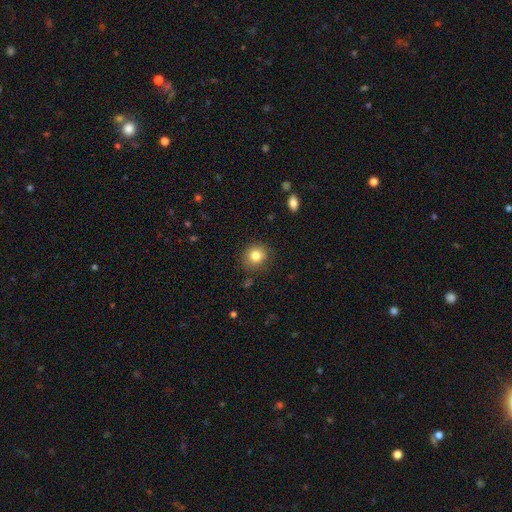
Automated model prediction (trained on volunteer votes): Smooth or featured? smooth (82%)
How rounded? round (84%)
Merging? none (85%)